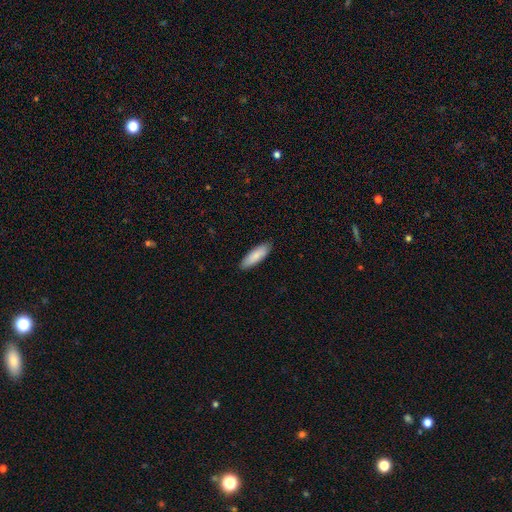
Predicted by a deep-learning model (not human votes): Smooth or featured: smooth — 86% (featured or disk — 9%)
How rounded: in between — 53% (cigar-shaped — 46%)
Merging: none — 89% (minor disturbance — 9%)